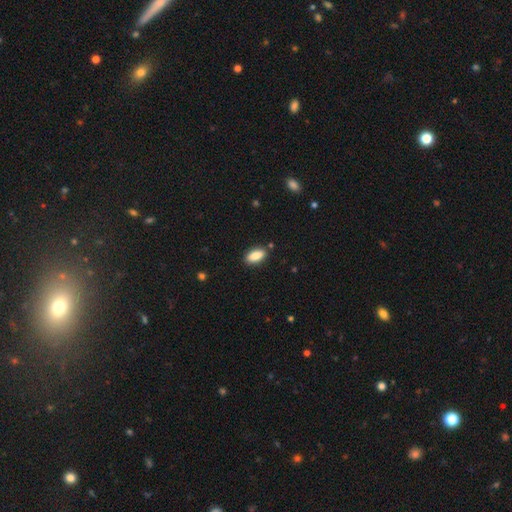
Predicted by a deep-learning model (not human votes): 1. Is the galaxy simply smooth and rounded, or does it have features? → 86% smooth, 7% featured or disk, 7% star or artifact.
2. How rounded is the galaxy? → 88% in between, 10% cigar-shaped, 3% round.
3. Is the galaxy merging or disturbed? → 86% none, 10% minor disturbance, 2% major disturbance, 2% merger.